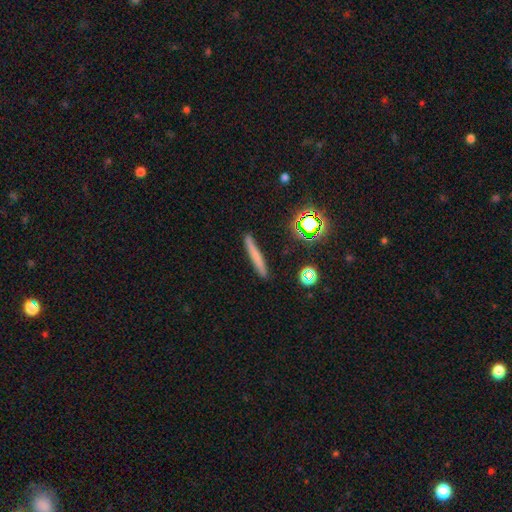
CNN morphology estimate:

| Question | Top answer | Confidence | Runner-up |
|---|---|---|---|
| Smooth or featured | smooth | 63% | featured or disk (24%) |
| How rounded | cigar-shaped | 94% | in between (3%) |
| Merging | none | 88% | minor disturbance (8%) |